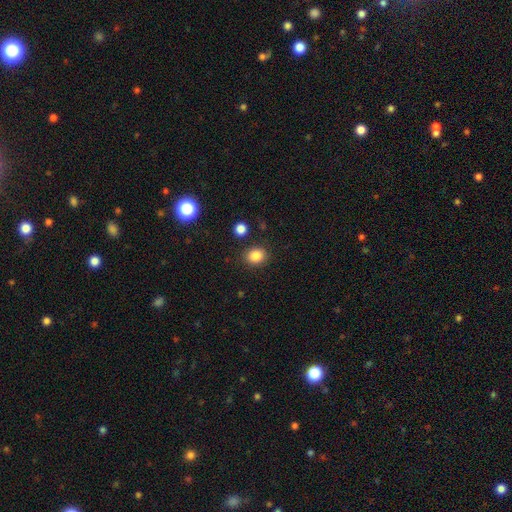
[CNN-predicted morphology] Smooth or featured: smooth — 85% (star or artifact — 11%)
How rounded: round — 67% (in between — 32%)
Merging: none — 86% (minor disturbance — 8%)